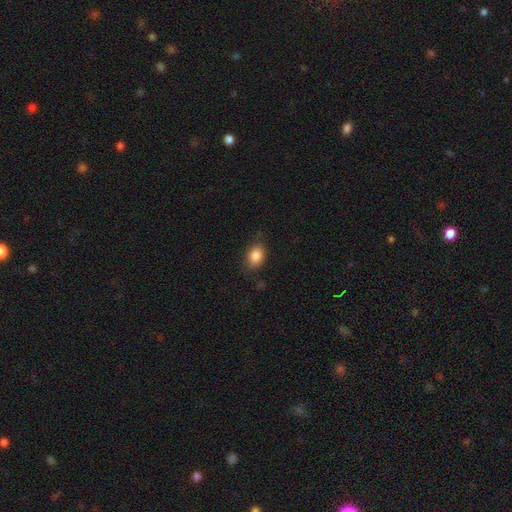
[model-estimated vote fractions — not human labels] A smooth galaxy with no disk features (85%) that is in between round and cigar-shaped (71%).

Vote fractions:
- Smooth or featured? smooth: 85% / star or artifact: 9% / featured or disk: 6%
- How rounded? in between: 71% / round: 28% / cigar-shaped: 1%
- Merging? none: 78% / minor disturbance: 17% / major disturbance: 4% / merger: 1%